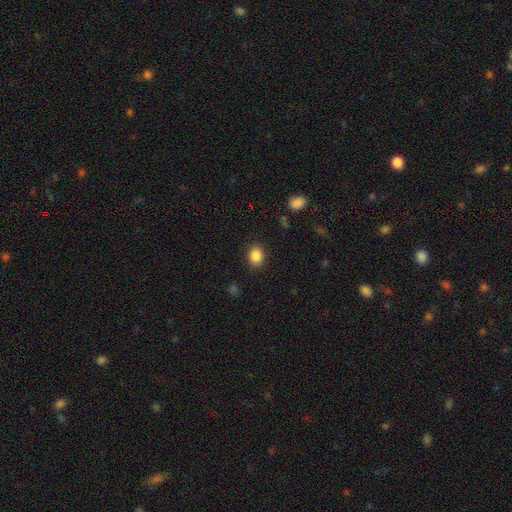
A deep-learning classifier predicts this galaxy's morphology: The model was most divided on "how rounded": round: 53%, in between: 47%, cigar-shaped: 1%. More confident: merging — none (88%); smooth or featured — smooth (87%).